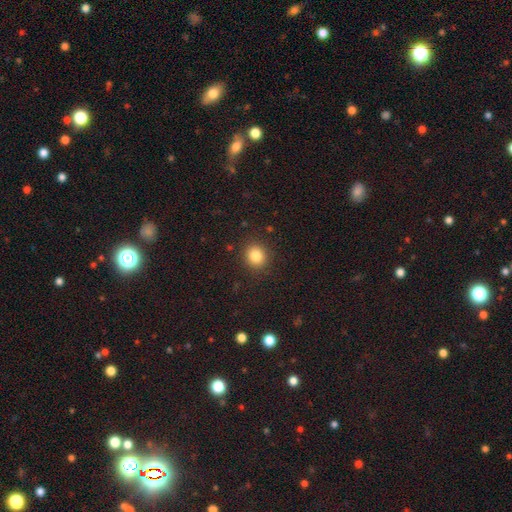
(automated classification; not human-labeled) Smooth or featured: smooth — 83% (star or artifact — 11%)
How rounded: round — 80% (in between — 19%)
Merging: none — 89% (minor disturbance — 7%)